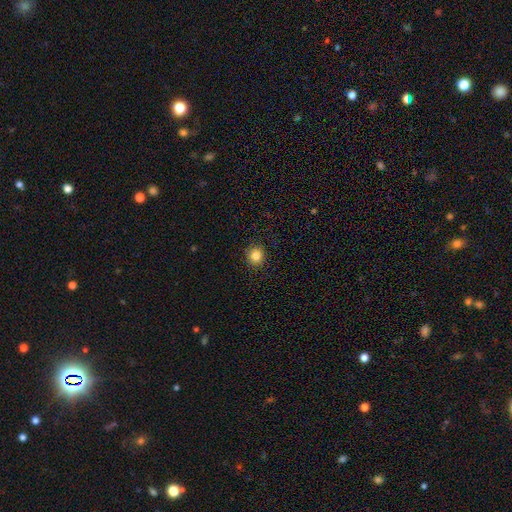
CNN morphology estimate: Smooth or featured? Predicted: smooth (p=0.84). How rounded? Predicted: round (p=0.85). Merging? Predicted: none (p=0.90).